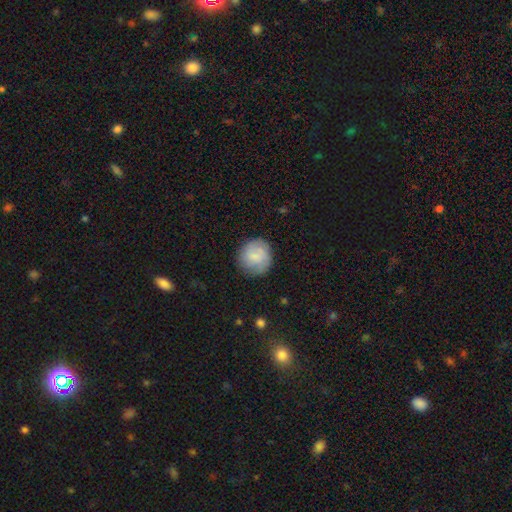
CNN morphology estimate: Smooth or featured? smooth (71%)
How rounded? round (89%)
Merging? none (80%)